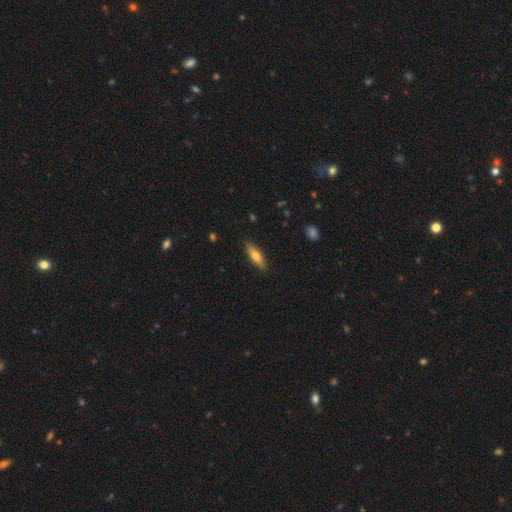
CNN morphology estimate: smooth-or-featured: smooth: 66% | featured or disk: 28% | star or artifact: 6%
  how-rounded: cigar-shaped: 61% | in between: 37% | round: 2%
  merging: none: 87% | minor disturbance: 10% | major disturbance: 2% | merger: 1%